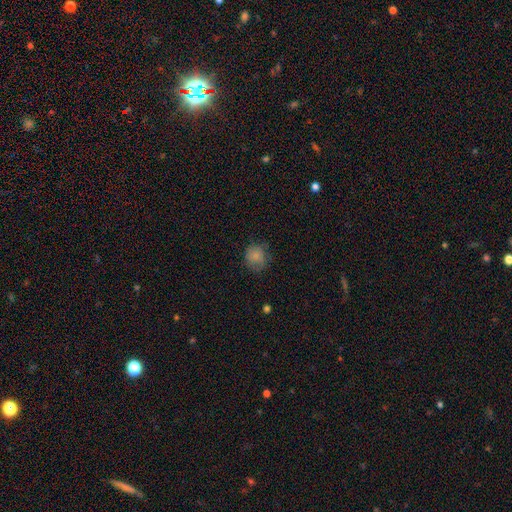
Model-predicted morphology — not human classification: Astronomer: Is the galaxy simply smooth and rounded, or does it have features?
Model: smooth — 82%.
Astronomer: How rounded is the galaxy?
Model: round — 82%.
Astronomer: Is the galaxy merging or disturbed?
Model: none — 70%.